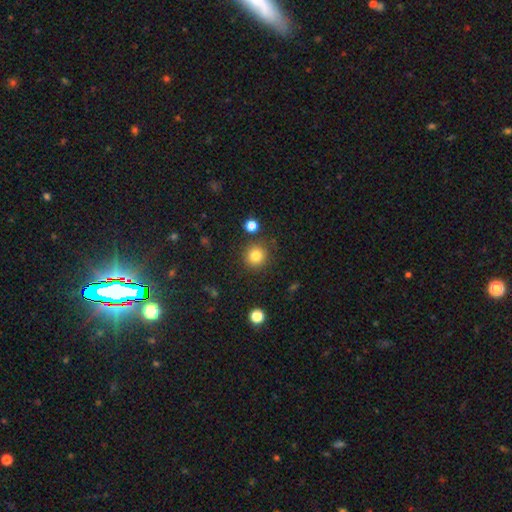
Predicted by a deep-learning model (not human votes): smooth-or-featured: smooth: 82% | star or artifact: 12% | featured or disk: 6%
  how-rounded: round: 93% | in between: 6% | cigar-shaped: 1%
  merging: none: 87% | minor disturbance: 7% | merger: 4% | major disturbance: 3%